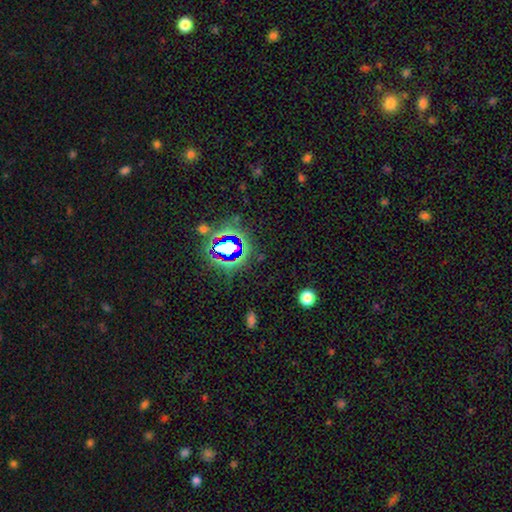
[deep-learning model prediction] Smooth or featured?
  - star or artifact: 75% *
  - smooth: 16%
  - featured or disk: 9%